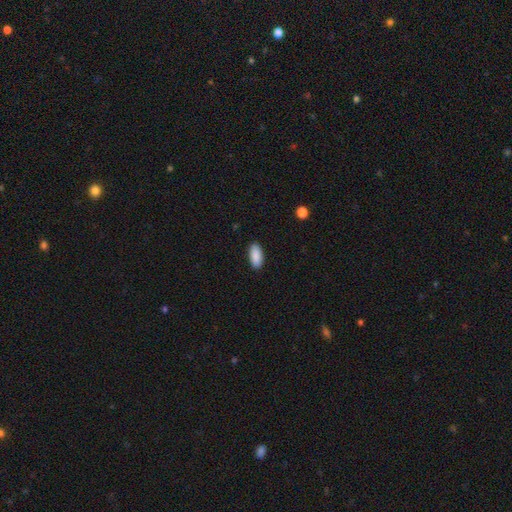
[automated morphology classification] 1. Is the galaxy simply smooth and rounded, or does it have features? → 90% smooth, 6% star or artifact, 3% featured or disk.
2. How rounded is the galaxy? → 90% in between, 8% cigar-shaped, 2% round.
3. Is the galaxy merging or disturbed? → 90% none, 7% minor disturbance, 2% major disturbance, 1% merger.